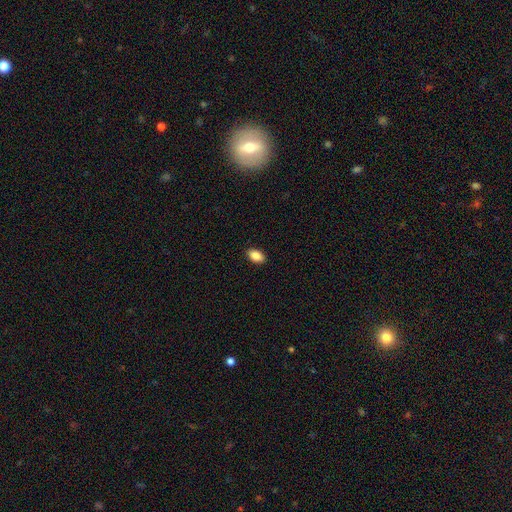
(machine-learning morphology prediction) smooth 87%, star or artifact 8%, featured or disk 5%. Down the decision tree: how rounded — in between (91%); merging — none (90%).